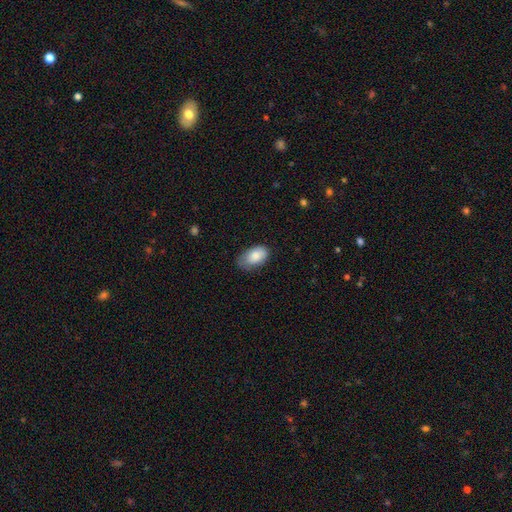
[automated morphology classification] This appears to be a smooth galaxy with no disk features (83%) that is in between round and cigar-shaped (93%). Merging: none (61%).